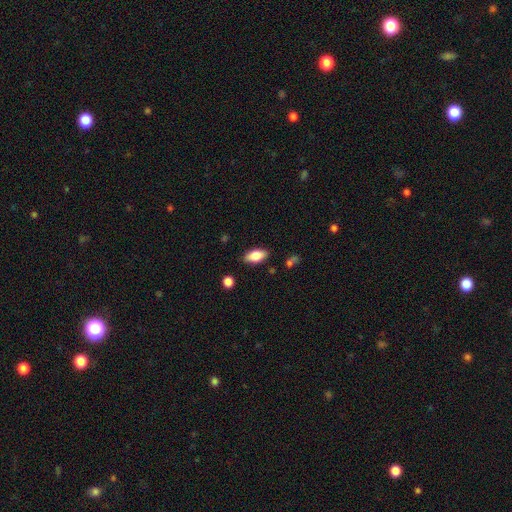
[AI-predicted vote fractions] Overall: smooth (81%). How rounded: in between (90%). Merging: none (86%).